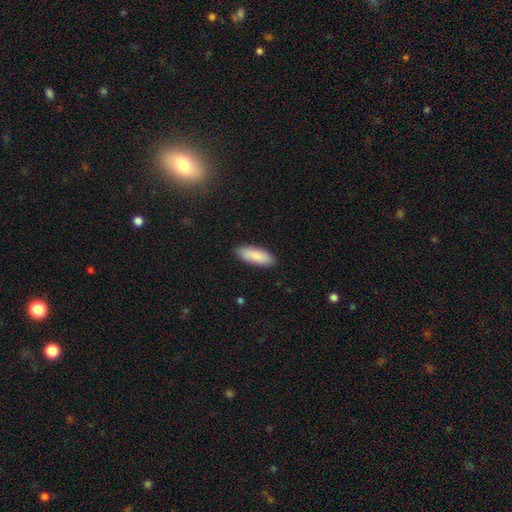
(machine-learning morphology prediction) This is clearly a smooth galaxy (87%). How rounded: likely in between (73%). Merging: clearly none (87%).